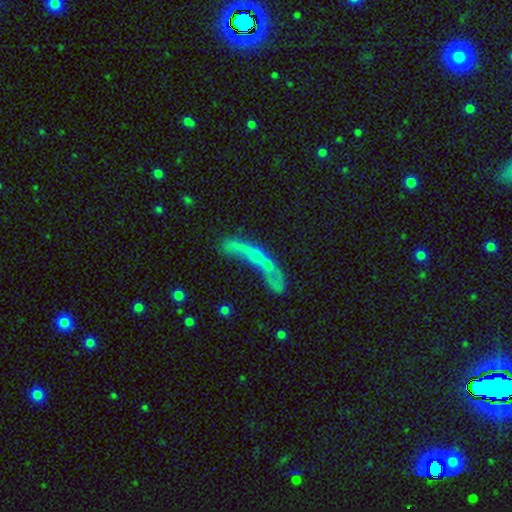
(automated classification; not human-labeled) Morphology: type=featured or disk (45%); merging=merger (48%).